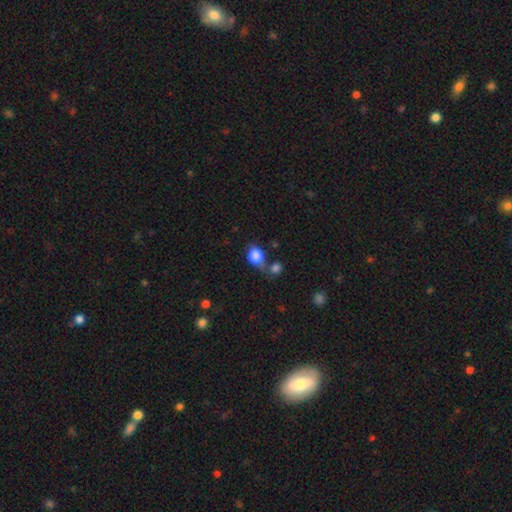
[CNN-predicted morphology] smooth-or-featured: smooth: 83% | star or artifact: 9% | featured or disk: 8%
  how-rounded: in between: 51% | round: 48% | cigar-shaped: 2%
  merging: none: 41% | merger: 28% | minor disturbance: 20% | major disturbance: 11%